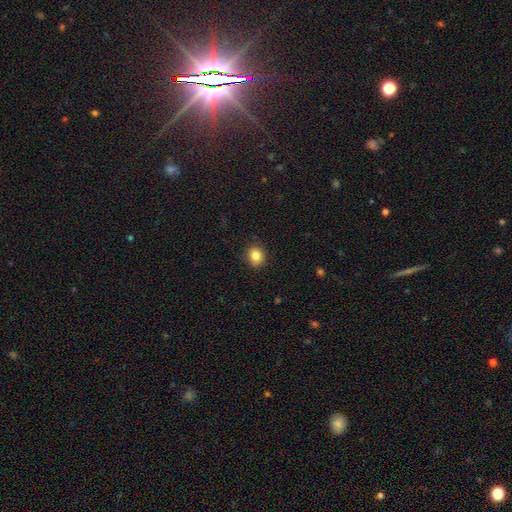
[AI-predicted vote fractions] A smooth galaxy with no disk features (84%) that is round (69%).

Vote fractions:
- Smooth or featured? smooth: 84% / star or artifact: 10% / featured or disk: 6%
- How rounded? round: 69% / in between: 30% / cigar-shaped: 1%
- Merging? none: 90% / minor disturbance: 7% / major disturbance: 2% / merger: 1%